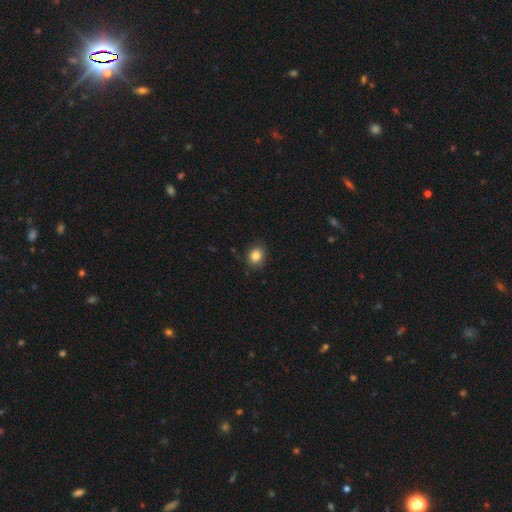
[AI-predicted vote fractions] Overall: smooth (85%). How rounded: round (59%; in between 41%). Merging: none (83%).